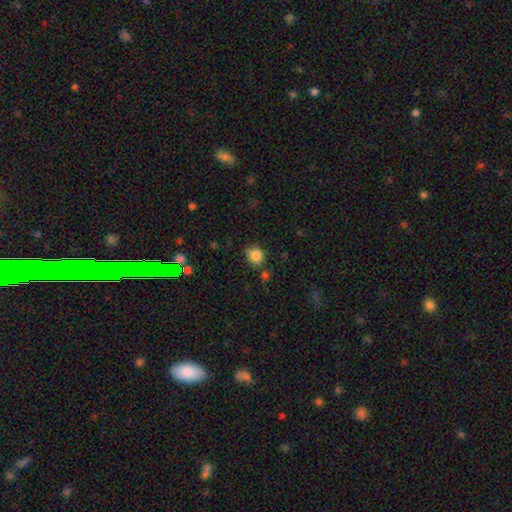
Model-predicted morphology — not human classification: Q: Smooth or featured?
A: smooth (84%); runner-up: star or artifact (11%)
Q: How rounded?
A: round (82%); runner-up: in between (17%)
Q: Merging?
A: none (70%); runner-up: minor disturbance (19%)